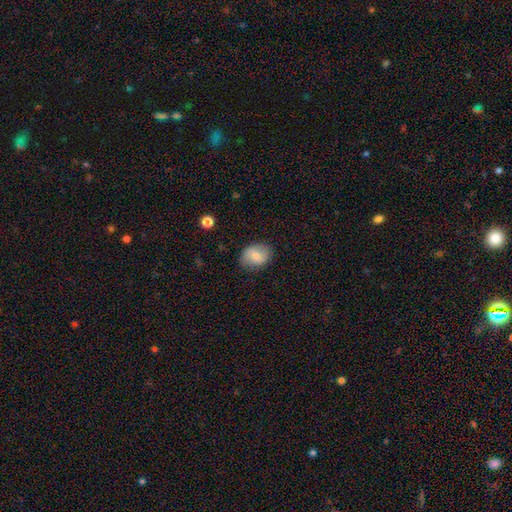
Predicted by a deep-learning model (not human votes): This appears to be a smooth galaxy with no disk features (65%) that is in between round and cigar-shaped (56%). Merging: none (83%).